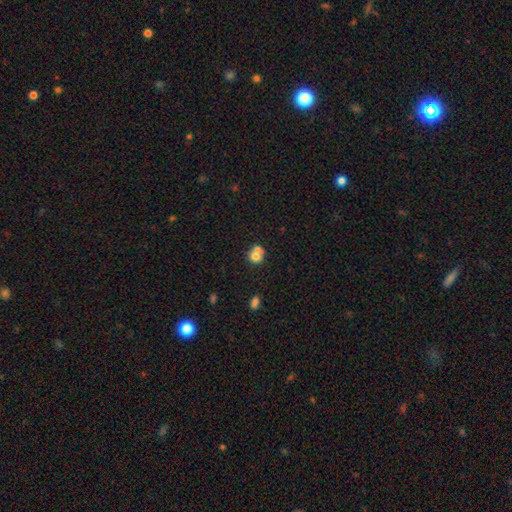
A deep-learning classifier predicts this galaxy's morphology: This is likely a smooth galaxy (69%). How rounded: likely round (75%). Merging: possibly merger (56%).